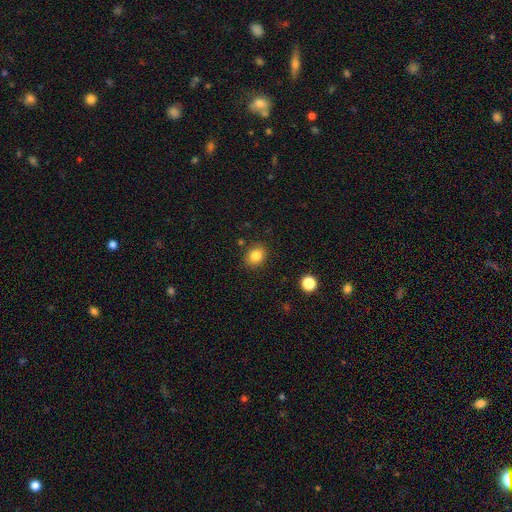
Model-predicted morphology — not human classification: type=smooth (84%); roundness=round (58%); merging=none (86%).